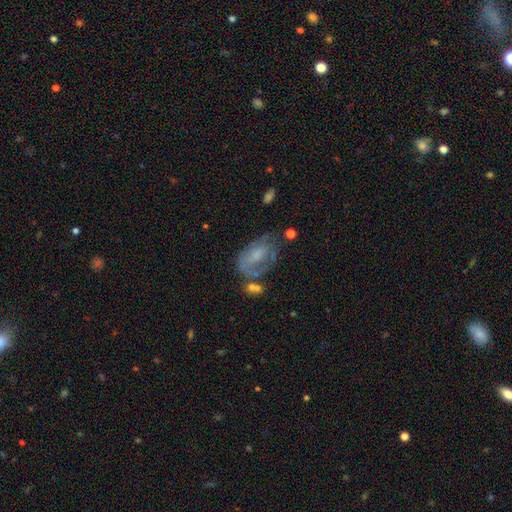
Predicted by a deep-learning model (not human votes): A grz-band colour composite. It shows a featured or disk galaxy (55%) with no bar (63%), spiral arms (53%) and a moderate central bulge (34%). Merging: none (38%).